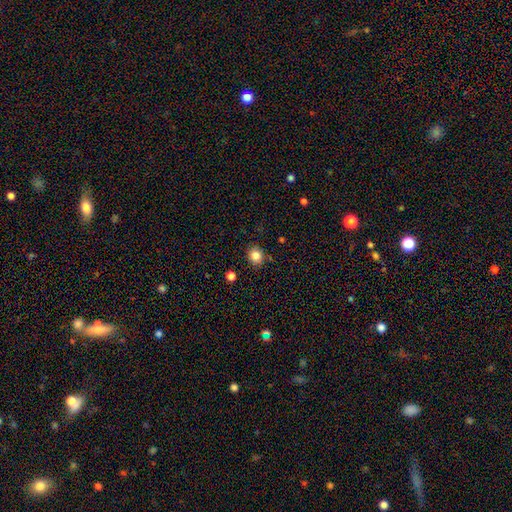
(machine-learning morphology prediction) smooth_or_featured: smooth (p=0.84) [alt: star or artifact p=0.11]
how_rounded: round (p=0.73) [alt: in between p=0.26]
merging: none (p=0.87) [alt: minor disturbance p=0.09]